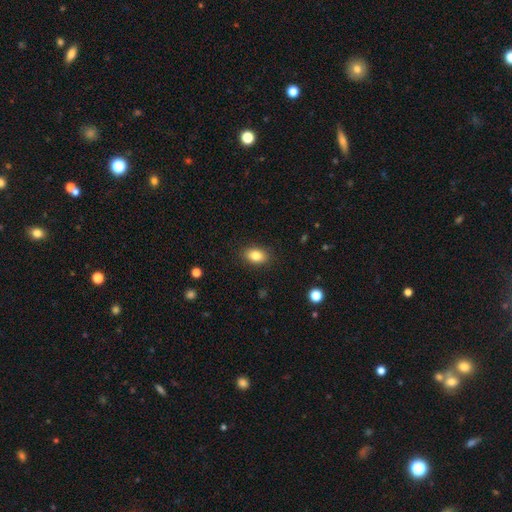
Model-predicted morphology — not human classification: Smooth or featured? Predicted: smooth (p=0.84). How rounded? Predicted: in between (p=0.84). Merging? Predicted: none (p=0.88).